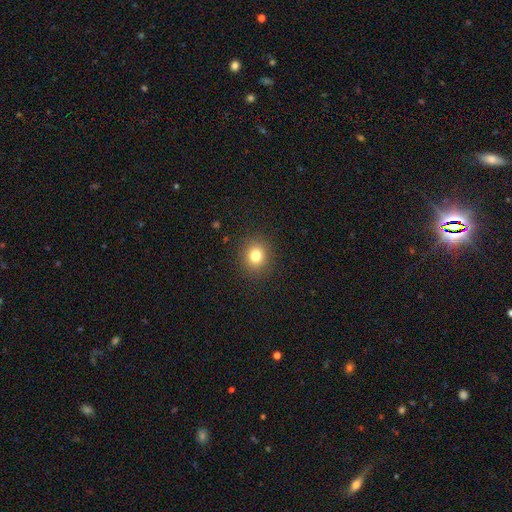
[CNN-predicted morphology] This is likely a smooth galaxy (80%). How rounded: clearly round (82%). Merging: clearly none (90%).